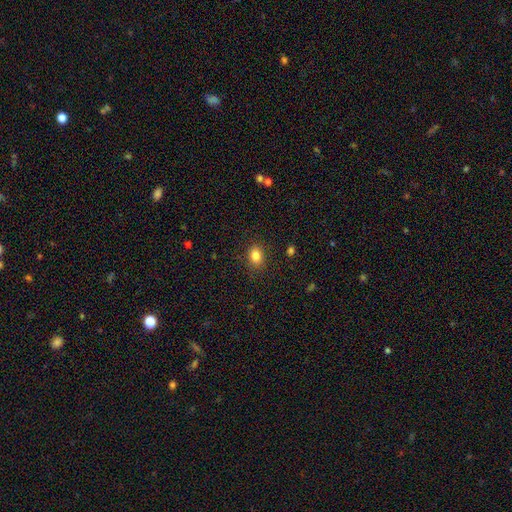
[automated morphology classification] A smooth galaxy with no disk features (84%) that is in between round and cigar-shaped (64%).

Vote fractions:
- Smooth or featured? smooth: 84% / star or artifact: 10% / featured or disk: 6%
- How rounded? in between: 64% / round: 34% / cigar-shaped: 1%
- Merging? none: 86% / minor disturbance: 10% / major disturbance: 3% / merger: 1%